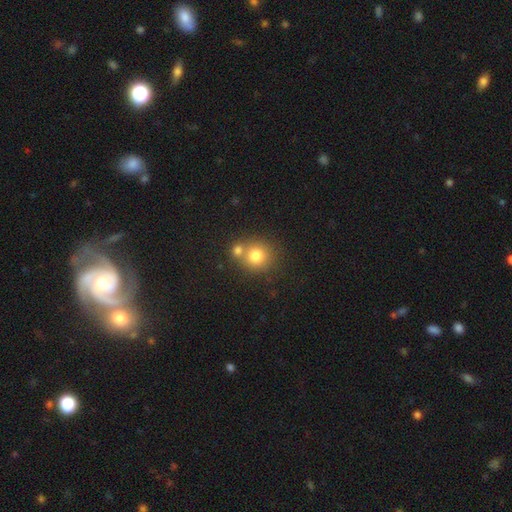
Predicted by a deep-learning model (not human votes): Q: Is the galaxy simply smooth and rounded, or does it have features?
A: smooth — 77%.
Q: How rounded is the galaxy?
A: round — 88%.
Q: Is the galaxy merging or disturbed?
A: none — 51%.